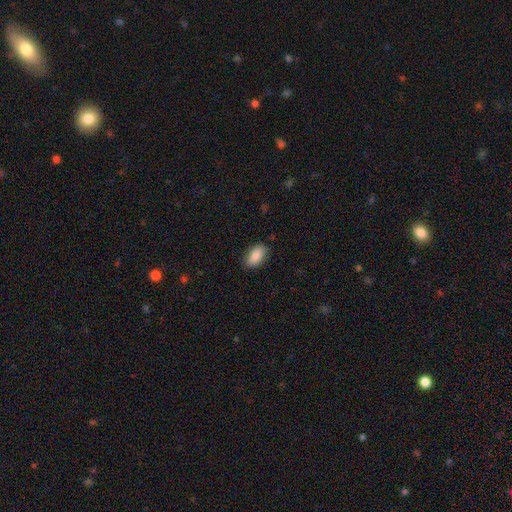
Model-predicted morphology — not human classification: This appears to be a smooth galaxy with no disk features (86%) that is in between round and cigar-shaped (91%). Merging: none (84%).